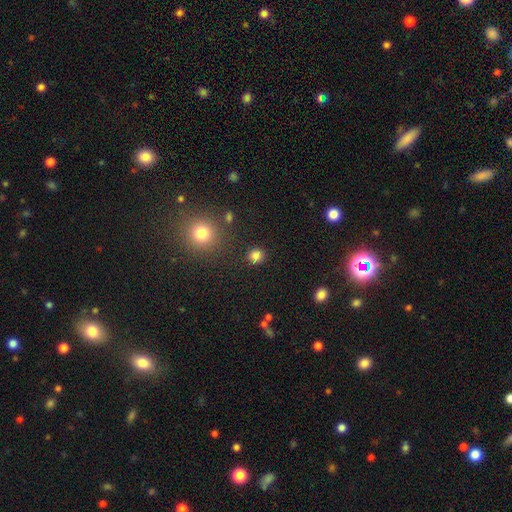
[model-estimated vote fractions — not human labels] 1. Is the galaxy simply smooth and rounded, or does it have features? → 82% smooth, 14% star or artifact, 4% featured or disk.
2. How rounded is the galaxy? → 85% round, 14% in between, 1% cigar-shaped.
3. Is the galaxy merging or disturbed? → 86% none, 8% minor disturbance, 3% merger, 3% major disturbance.